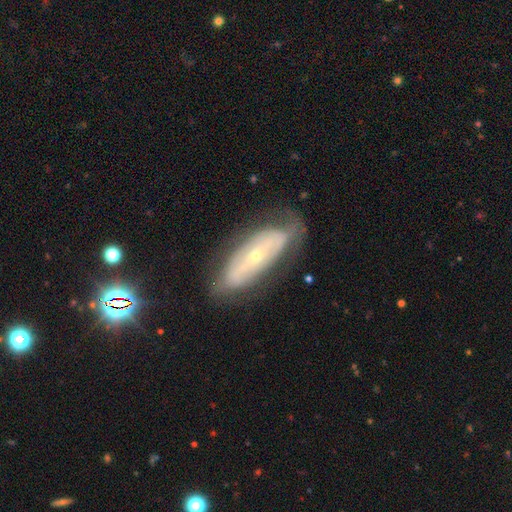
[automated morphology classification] The model was most divided on "spiral arms": yes: 54%, no: 46%. More confident: edge-on disk — no (80%); bar — no (72%); bulge size — small (70%); smooth or featured — featured or disk (69%); merging — none (65%).